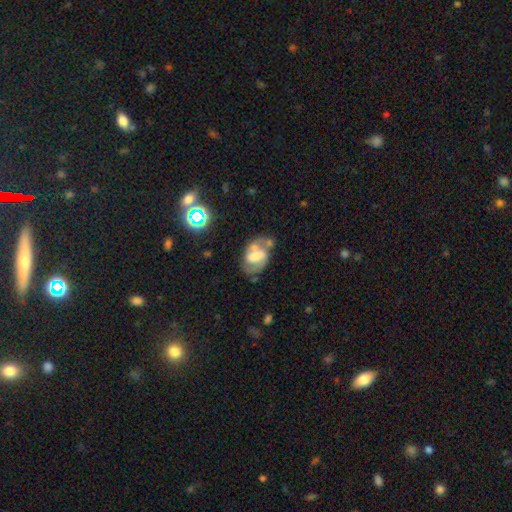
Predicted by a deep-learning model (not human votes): Smooth or featured? Predicted: featured or disk (p=0.64). Edge-on disk? Predicted: no (p=0.96). Bar? Predicted: strong (p=0.40). Spiral arms? Predicted: yes (p=0.72). Bulge size? Predicted: moderate (p=0.36). Merging? Predicted: none (p=0.47).